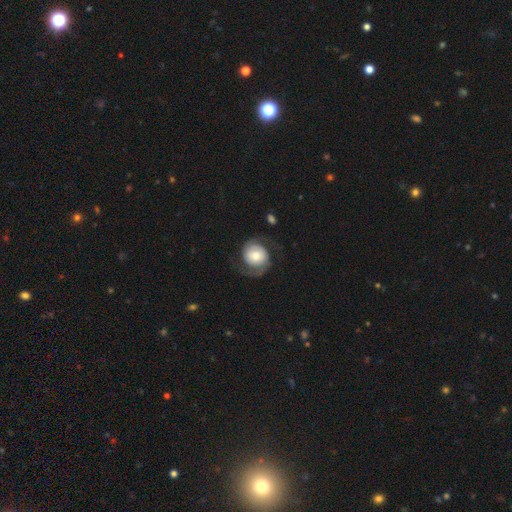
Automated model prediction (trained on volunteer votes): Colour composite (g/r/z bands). It shows a featured or disk galaxy (69%) with no bar (72%), 2 (88%) medium (40%) spiral arms (91%) and a moderate central bulge (47%). Merging: none (68%).